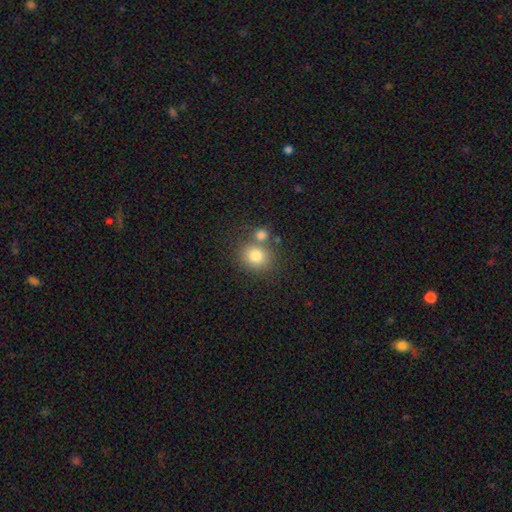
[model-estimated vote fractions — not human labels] Smooth or featured?
  - smooth: 79% *
  - star or artifact: 12%
  - featured or disk: 9%
How rounded?
  - round: 81% *
  - in between: 18%
  - cigar-shaped: 1%
Merging?
  - none: 62% *
  - merger: 24%
  - minor disturbance: 10%
  - major disturbance: 4%